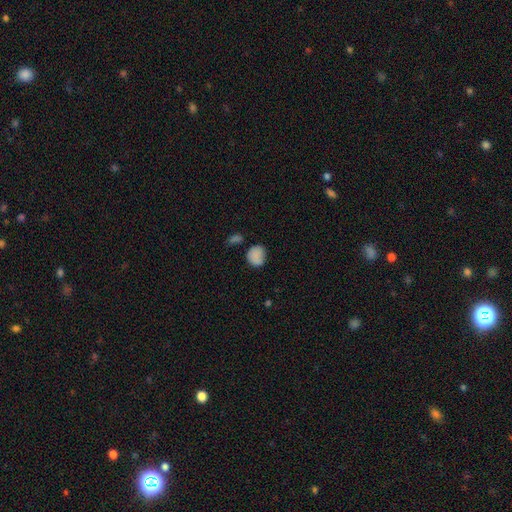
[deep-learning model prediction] Q: Smooth or featured?
A: smooth (84%); runner-up: star or artifact (9%)
Q: How rounded?
A: round (66%); runner-up: in between (33%)
Q: Merging?
A: none (62%); runner-up: minor disturbance (26%)